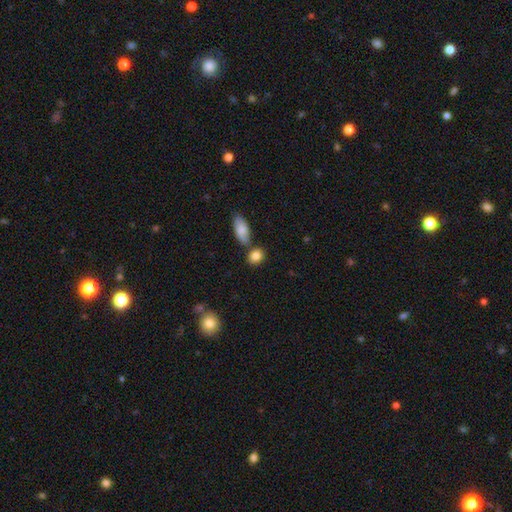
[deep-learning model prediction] Smooth or featured?
  - smooth: 85% *
  - star or artifact: 8%
  - featured or disk: 7%
How rounded?
  - in between: 52% *
  - round: 45%
  - cigar-shaped: 3%
Merging?
  - none: 67% *
  - merger: 17%
  - minor disturbance: 13%
  - major disturbance: 3%